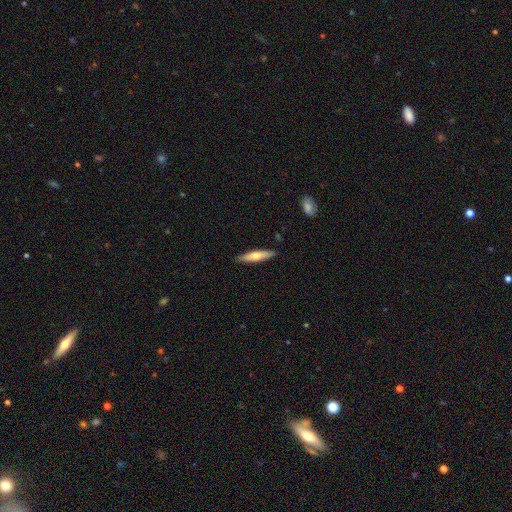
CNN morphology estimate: Smooth or featured?
  - smooth: 56% *
  - featured or disk: 38%
  - star or artifact: 6%
How rounded?
  - cigar-shaped: 83% *
  - in between: 16%
  - round: 2%
Merging?
  - none: 89% *
  - minor disturbance: 8%
  - major disturbance: 2%
  - merger: 1%